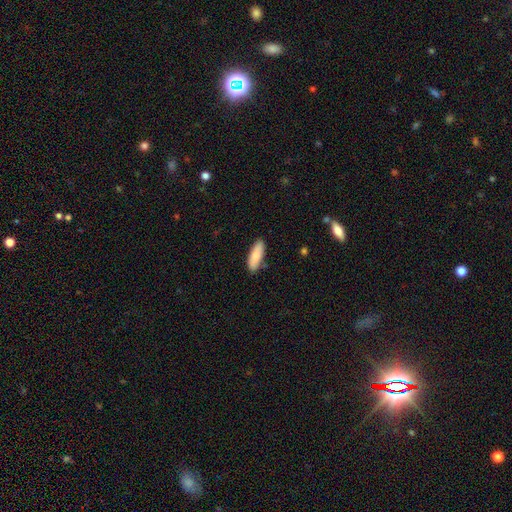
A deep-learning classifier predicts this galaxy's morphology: This appears to be a smooth galaxy with no disk features (86%) that is in between round and cigar-shaped (64%). Merging: none (84%).